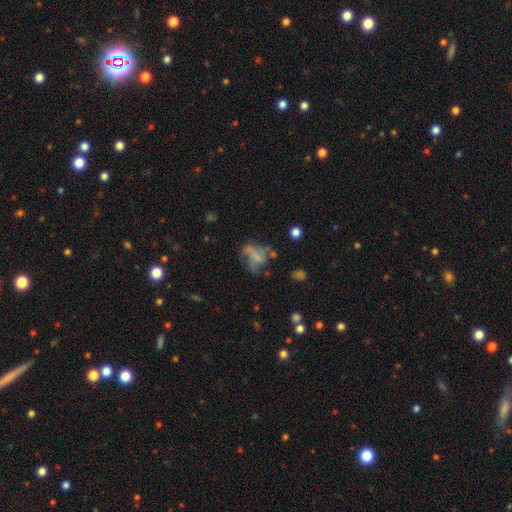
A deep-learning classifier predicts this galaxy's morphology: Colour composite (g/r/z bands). It shows a featured or disk galaxy (51%). Merging: major disturbance (36%).